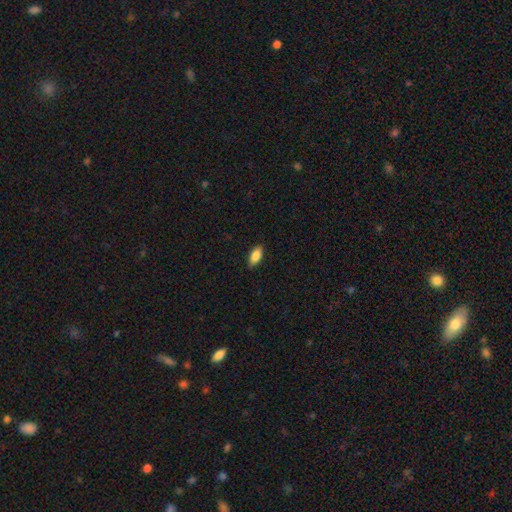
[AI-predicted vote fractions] Morphology: type=smooth (82%); roundness=in between (86%); merging=none (88%).